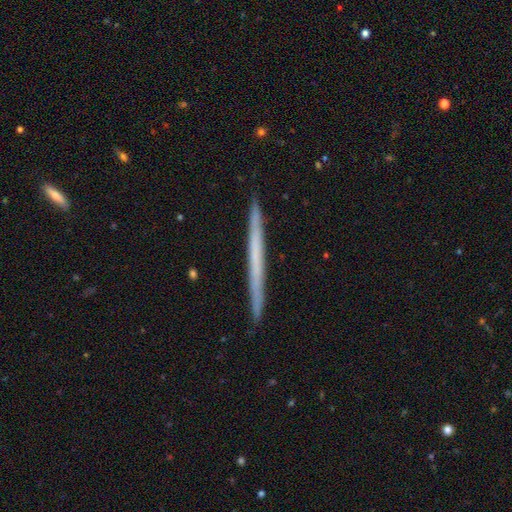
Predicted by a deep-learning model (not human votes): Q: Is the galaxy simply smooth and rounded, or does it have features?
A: featured or disk — 51%.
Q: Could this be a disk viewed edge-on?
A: yes — 97%.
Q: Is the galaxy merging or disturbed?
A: none — 92%.